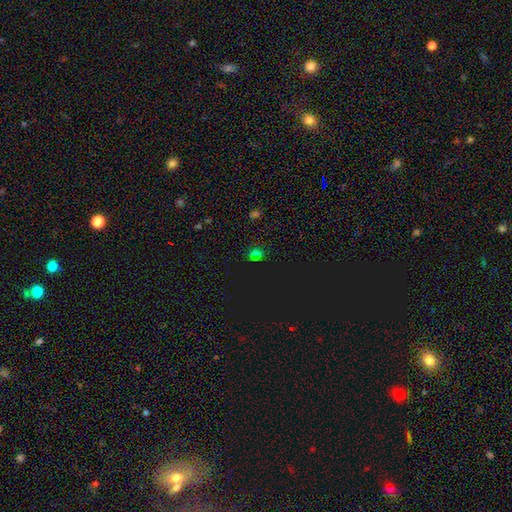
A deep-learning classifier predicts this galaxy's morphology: This is possibly a star or artifact rather than a galaxy (54%).